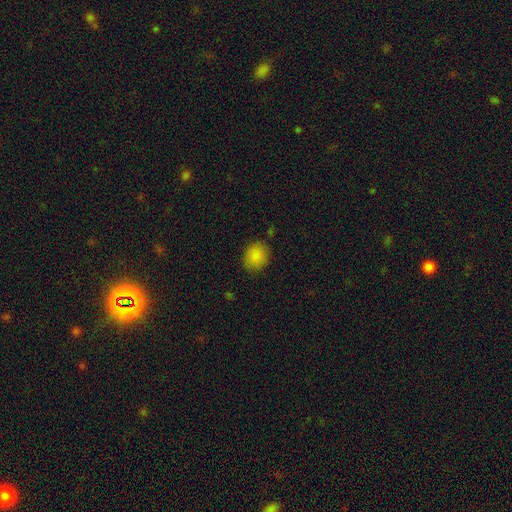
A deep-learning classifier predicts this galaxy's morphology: Overall: smooth (87%). How rounded: round (70%). Merging: none (84%).